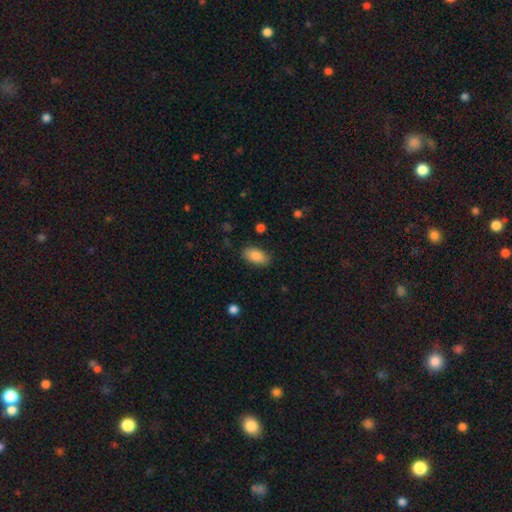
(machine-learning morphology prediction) type=smooth (86%); roundness=in between (92%); merging=none (85%).